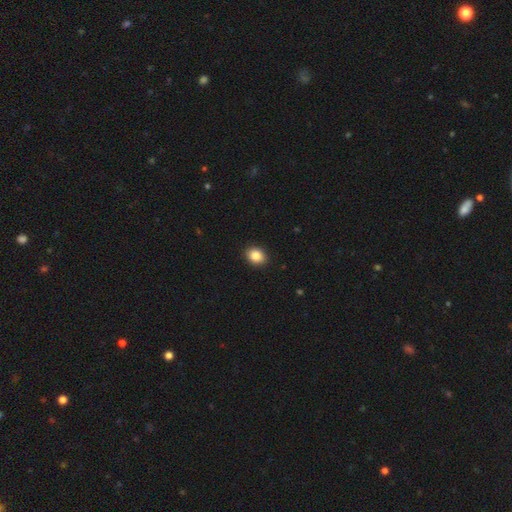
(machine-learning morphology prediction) type=smooth (86%); roundness=in between (56%); merging=none (91%).